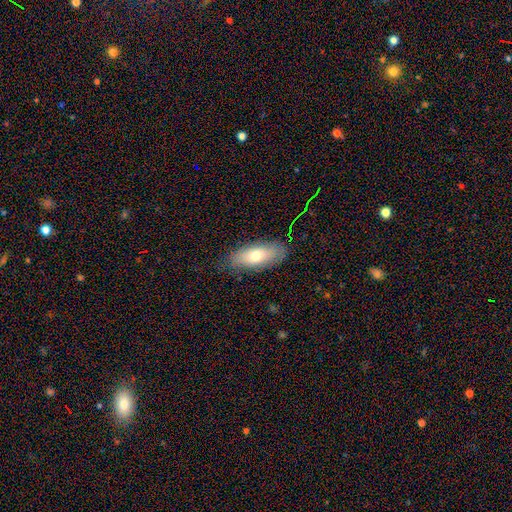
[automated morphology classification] This is likely a smooth galaxy (71%). How rounded: likely in between (75%). Merging: clearly none (80%).